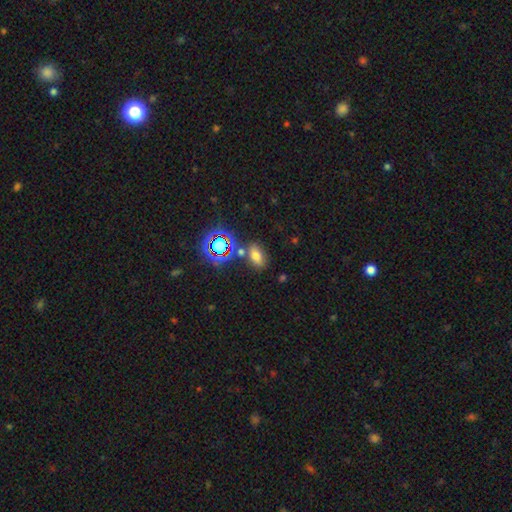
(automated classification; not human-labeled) smooth-or-featured: smooth: 64% | star or artifact: 26% | featured or disk: 10%
  how-rounded: in between: 85% | round: 11% | cigar-shaped: 3%
  merging: none: 73% | minor disturbance: 12% | merger: 11% | major disturbance: 4%